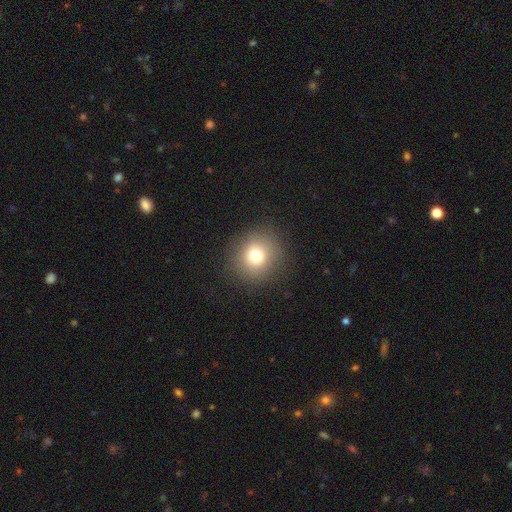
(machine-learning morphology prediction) Smooth or featured: smooth — 77% (star or artifact — 13%)
How rounded: round — 87% (in between — 12%)
Merging: none — 87% (minor disturbance — 8%)